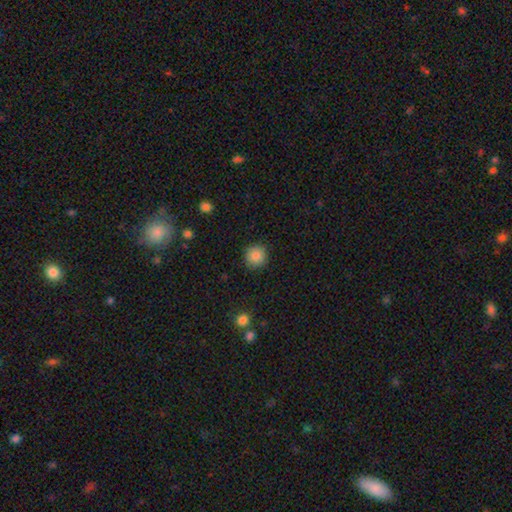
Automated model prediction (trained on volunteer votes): Overall: smooth (85%). How rounded: round (93%). Merging: none (90%).